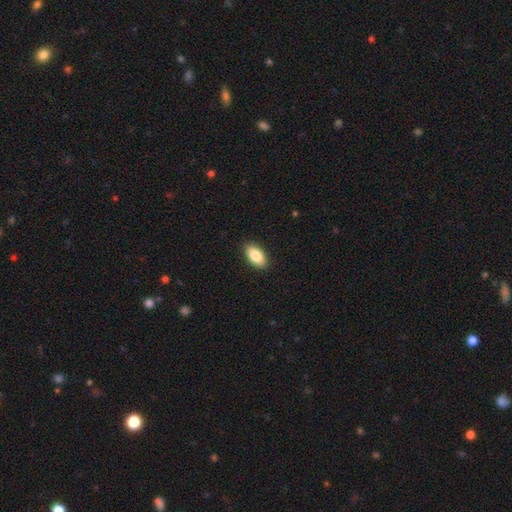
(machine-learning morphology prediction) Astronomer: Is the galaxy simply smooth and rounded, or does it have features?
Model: smooth — 85%.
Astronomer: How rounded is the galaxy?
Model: in between — 93%.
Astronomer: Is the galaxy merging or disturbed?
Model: none — 89%.